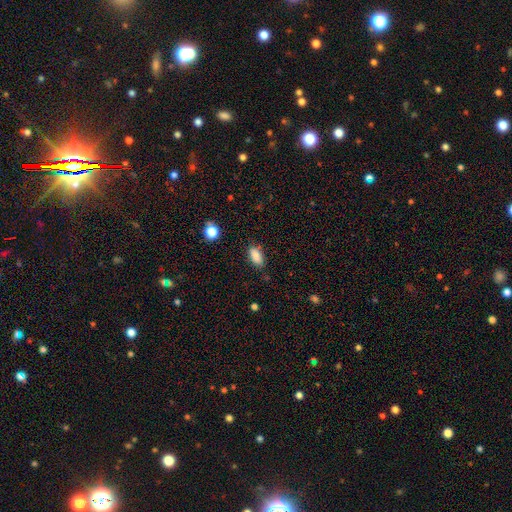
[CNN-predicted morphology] A smooth galaxy with no disk features (86%) that is in between round and cigar-shaped (87%).

Vote fractions:
- Smooth or featured? smooth: 86% / star or artifact: 9% / featured or disk: 5%
- How rounded? in between: 87% / cigar-shaped: 9% / round: 4%
- Merging? none: 80% / minor disturbance: 14% / major disturbance: 3% / merger: 2%